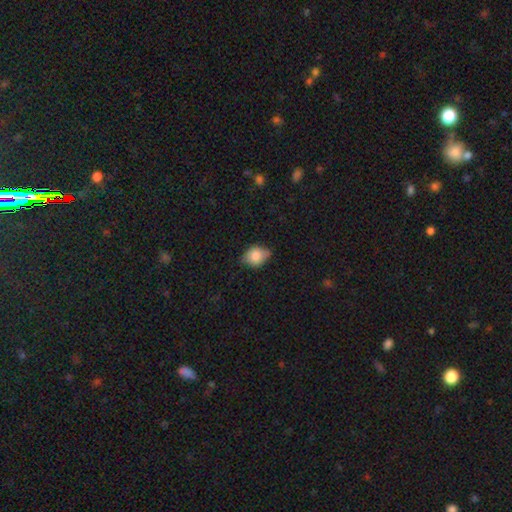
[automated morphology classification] Smooth or featured?
  - smooth: 79% *
  - featured or disk: 12%
  - star or artifact: 8%
How rounded?
  - in between: 65% *
  - round: 34%
  - cigar-shaped: 1%
Merging?
  - none: 64% *
  - minor disturbance: 30%
  - major disturbance: 5%
  - merger: 1%